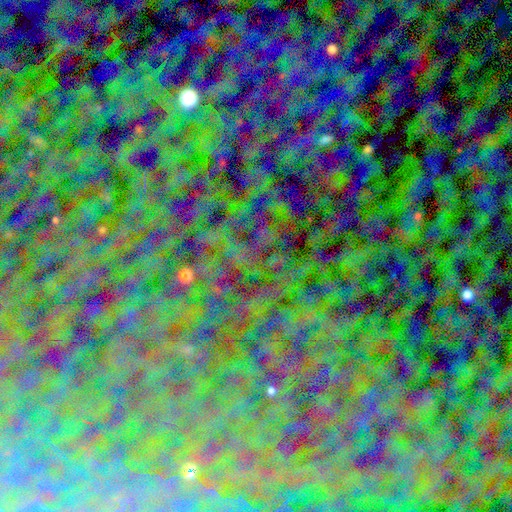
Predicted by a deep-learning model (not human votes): A star or artifact, not a galaxy (83%).

Vote fractions:
- Smooth or featured? star or artifact: 83% / smooth: 9% / featured or disk: 8%